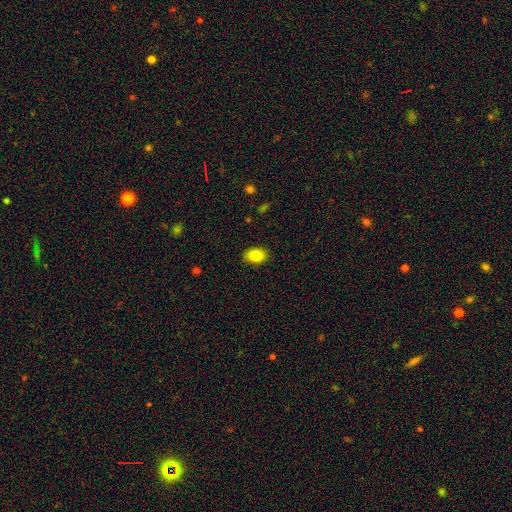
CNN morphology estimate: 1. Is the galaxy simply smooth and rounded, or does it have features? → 88% smooth, 8% star or artifact, 4% featured or disk.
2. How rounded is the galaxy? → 86% in between, 13% round, 1% cigar-shaped.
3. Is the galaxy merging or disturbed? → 86% none, 10% minor disturbance, 2% major disturbance, 1% merger.